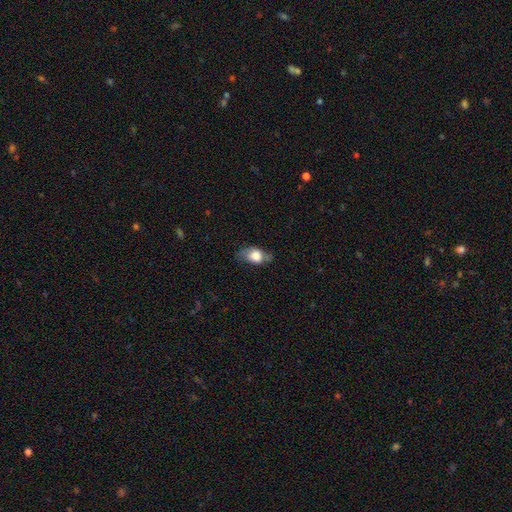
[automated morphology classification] Smooth or featured? smooth (72%)
How rounded? in between (79%)
Merging? none (53%)